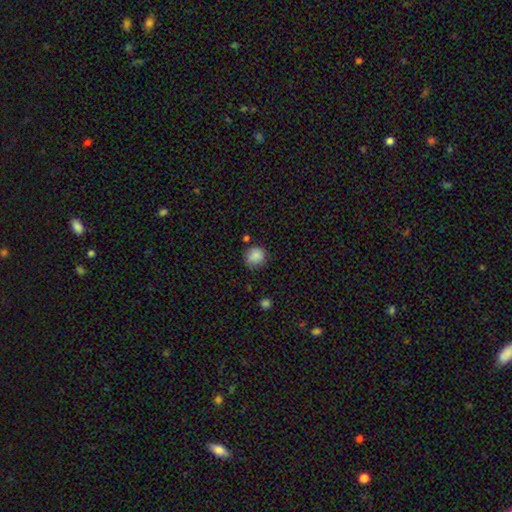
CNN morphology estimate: smooth 84%, star or artifact 9%, featured or disk 7%. Down the decision tree: how rounded — round (86%); merging — none (73%).